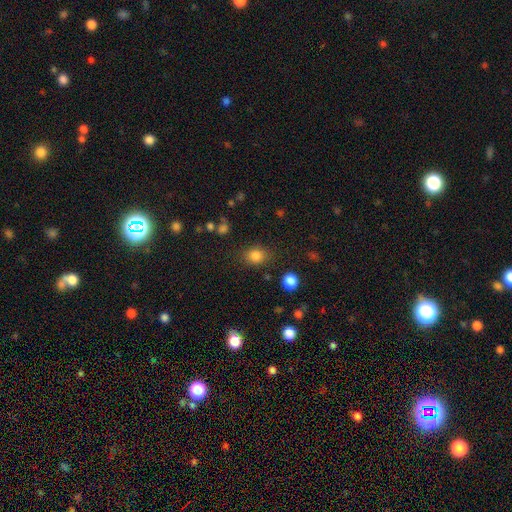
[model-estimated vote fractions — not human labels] smooth-or-featured: smooth: 83% | star or artifact: 12% | featured or disk: 5%
  how-rounded: round: 57% | in between: 42% | cigar-shaped: 1%
  merging: none: 80% | minor disturbance: 12% | major disturbance: 4% | merger: 3%